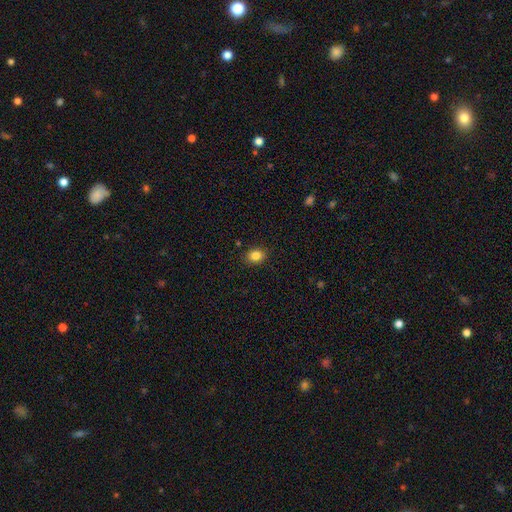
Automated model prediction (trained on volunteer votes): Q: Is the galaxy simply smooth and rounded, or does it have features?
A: smooth — 85%.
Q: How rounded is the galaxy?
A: in between — 56%.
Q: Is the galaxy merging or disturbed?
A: none — 88%.